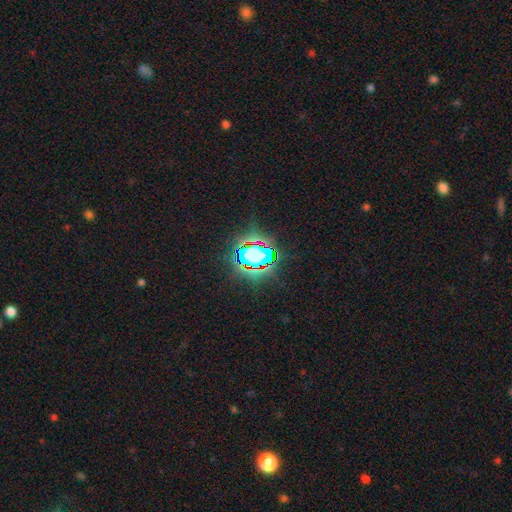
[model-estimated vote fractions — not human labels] Smooth or featured?
  - star or artifact: 63% *
  - smooth: 24%
  - featured or disk: 13%